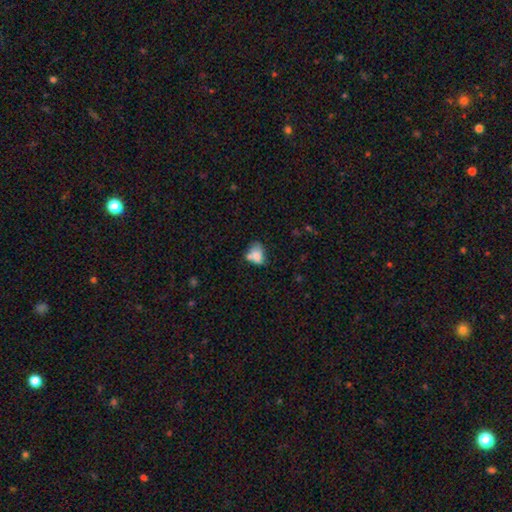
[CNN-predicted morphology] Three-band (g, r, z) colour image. It shows a smooth galaxy with no disk features (72%) that is in between round and cigar-shaped (77%). Merging: none (30%).